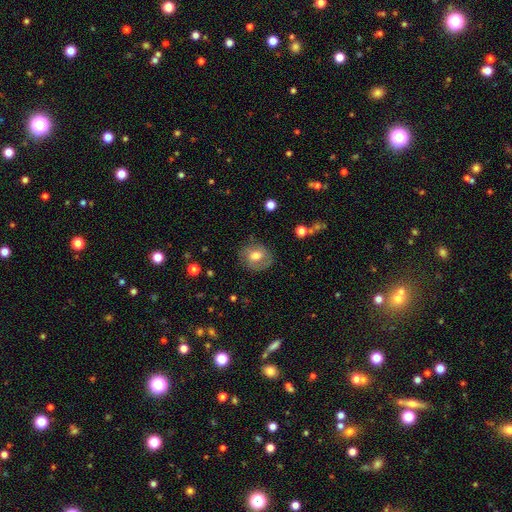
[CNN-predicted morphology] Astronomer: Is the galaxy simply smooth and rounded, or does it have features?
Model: smooth — 54% (runner-up: featured or disk, 37%).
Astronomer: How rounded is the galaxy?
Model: round — 66%.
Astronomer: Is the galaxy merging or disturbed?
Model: none — 75%.